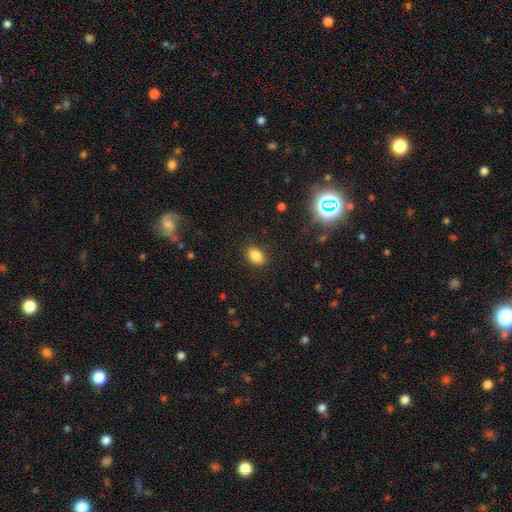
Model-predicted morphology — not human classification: smooth_or_featured: smooth (p=0.84) [alt: star or artifact p=0.11]
how_rounded: in between (p=0.78) [alt: round p=0.21]
merging: none (p=0.87) [alt: minor disturbance p=0.09]